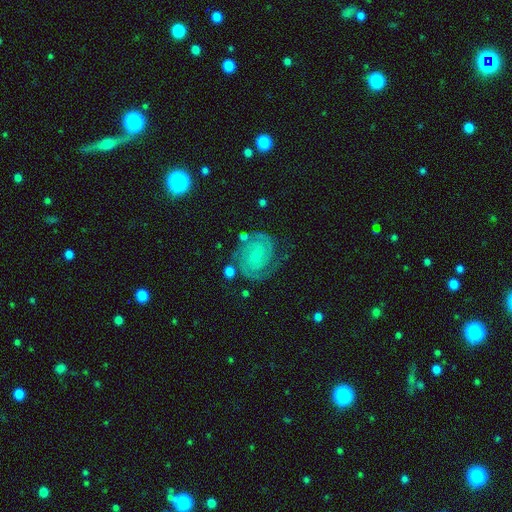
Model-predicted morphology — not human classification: Smooth or featured? featured or disk (86%)
Edge-on disk? no (98%)
Bar? no (64%)
Spiral arms? yes (98%)
Spiral winding? tight (69%)
Spiral arm count? 2 (78%)
Bulge size? small (67%)
Merging? none (76%)